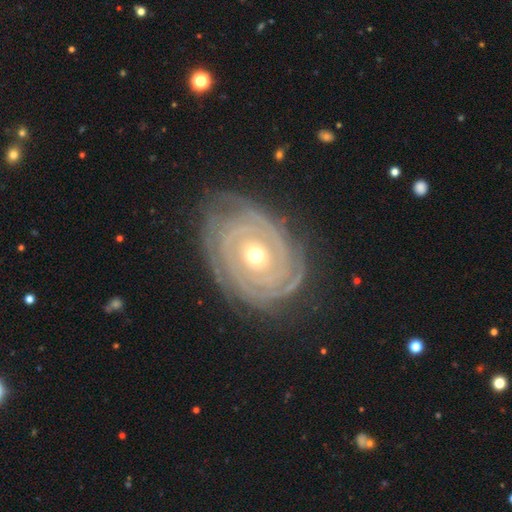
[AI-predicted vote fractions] Smooth or featured: featured or disk — 88% (smooth — 7%)
Edge-on disk: no — 96% (yes — 4%)
Bar: no — 79% (weak — 14%)
Spiral arms: yes — 94% (no — 6%)
Spiral winding: tight — 86% (medium — 11%)
Spiral arm count: can't tell — 28% (2 — 26%)
Bulge size: moderate — 56% (small — 39%)
Merging: none — 76% (minor disturbance — 16%)